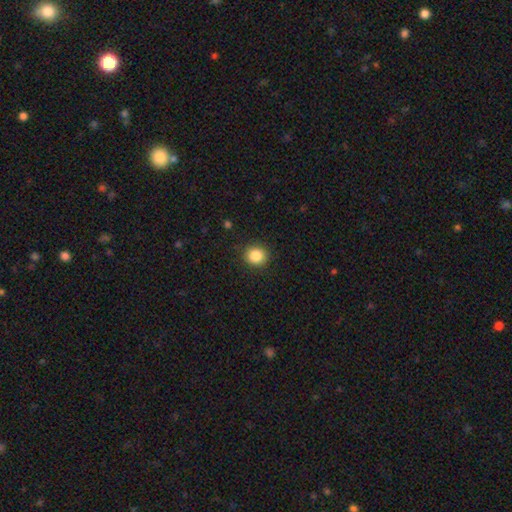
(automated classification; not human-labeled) smooth_or_featured: smooth (p=0.86) [alt: star or artifact p=0.10]
how_rounded: round (p=0.86) [alt: in between p=0.13]
merging: none (p=0.90) [alt: minor disturbance p=0.07]